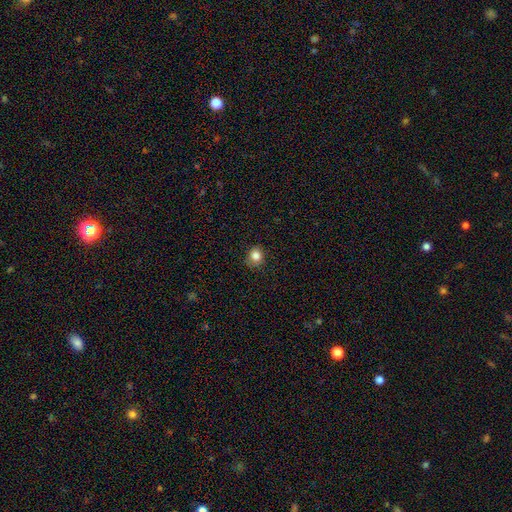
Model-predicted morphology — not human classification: The model was most divided on "how rounded": round: 75%, in between: 24%, cigar-shaped: 1%. More confident: merging — none (84%); smooth or featured — smooth (84%).